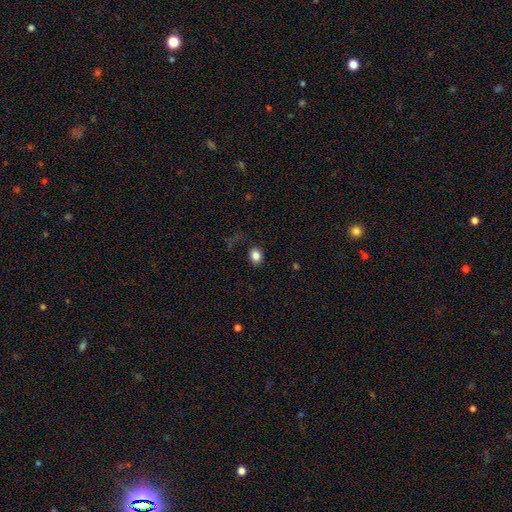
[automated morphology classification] Smooth or featured?
  - smooth: 83% *
  - star or artifact: 11%
  - featured or disk: 6%
How rounded?
  - round: 58% *
  - in between: 41%
  - cigar-shaped: 1%
Merging?
  - none: 83% *
  - minor disturbance: 11%
  - major disturbance: 4%
  - merger: 2%